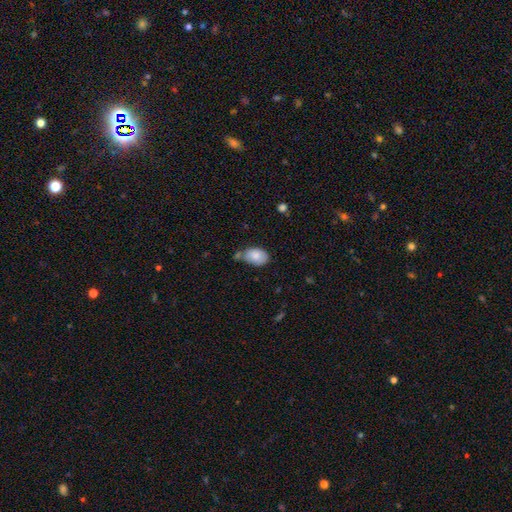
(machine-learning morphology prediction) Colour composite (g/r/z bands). It shows a smooth galaxy with no disk features (83%) that is in between round and cigar-shaped (86%). Merging: none (49%).